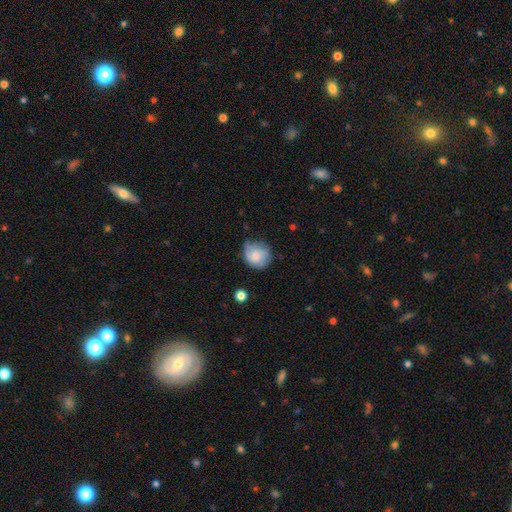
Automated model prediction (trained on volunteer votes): Q: Smooth or featured?
A: smooth (68%); runner-up: featured or disk (25%)
Q: How rounded?
A: round (79%); runner-up: in between (20%)
Q: Merging?
A: none (57%); runner-up: minor disturbance (32%)